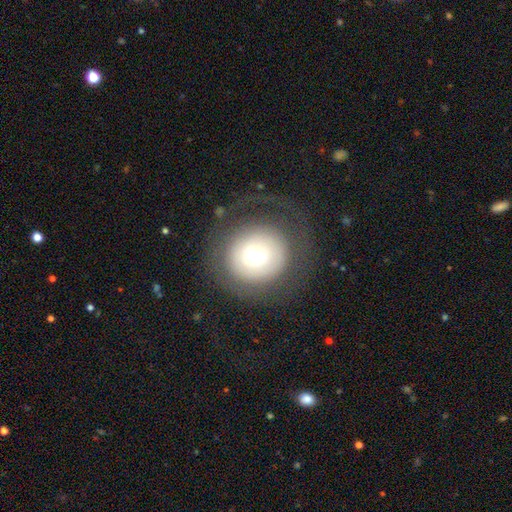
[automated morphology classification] A smooth galaxy with no disk features (62%) that is round (86%).

Vote fractions:
- Smooth or featured? smooth: 62% / featured or disk: 25% / star or artifact: 13%
- How rounded? round: 86% / in between: 13% / cigar-shaped: 1%
- Merging? none: 67% / major disturbance: 18% / minor disturbance: 13% / merger: 2%